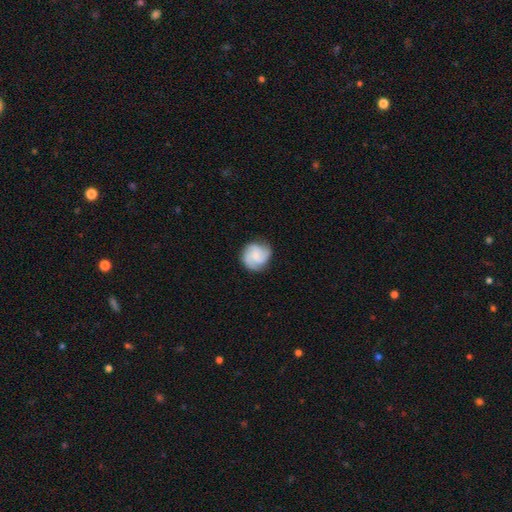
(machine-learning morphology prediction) smooth-or-featured: featured or disk: 61% | smooth: 32% | star or artifact: 7%
  disk-edge-on: no: 98% | yes: 2%
    bar: no: 68% | weak: 28% | strong: 4%
    has-spiral-arms: yes: 95% | no: 5%
      spiral-winding: medium: 45% | tight: 41% | loose: 14%
      spiral-arm-count: 3: 53% | 2: 19% | can't tell: 13% | 4: 8% | 1: 4% | more than 4: 4%
    bulge-size: small: 58% | moderate: 22% | none: 16% | large: 2% | dominant: 1%
  merging: none: 76% | minor disturbance: 18% | major disturbance: 5% | merger: 1%